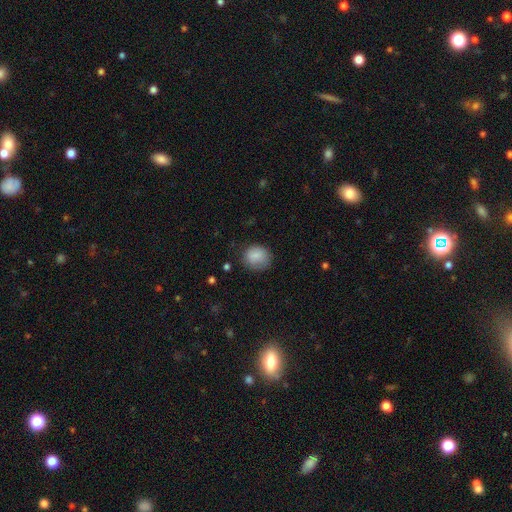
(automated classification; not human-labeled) Smooth or featured?
  - smooth: 86% *
  - star or artifact: 8%
  - featured or disk: 6%
How rounded?
  - round: 71% *
  - in between: 28%
  - cigar-shaped: 1%
Merging?
  - none: 73% *
  - minor disturbance: 20%
  - major disturbance: 6%
  - merger: 1%